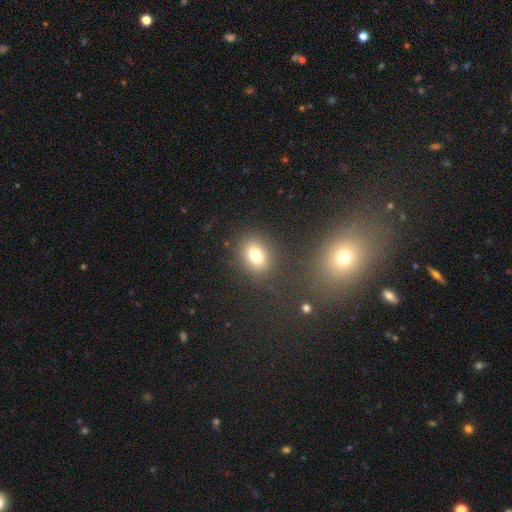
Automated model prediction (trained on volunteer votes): Smooth or featured? Predicted: smooth (p=0.75). How rounded? Predicted: in between (p=0.53). Merging? Predicted: none (p=0.84).